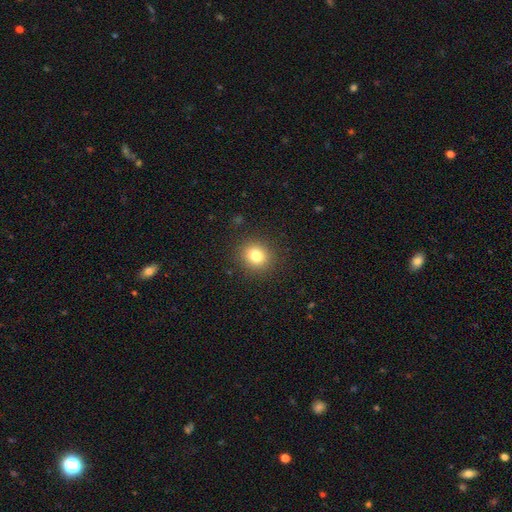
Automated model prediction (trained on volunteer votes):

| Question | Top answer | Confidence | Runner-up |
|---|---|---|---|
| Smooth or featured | smooth | 80% | star or artifact (12%) |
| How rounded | round | 82% | in between (17%) |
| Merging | none | 89% | minor disturbance (7%) |